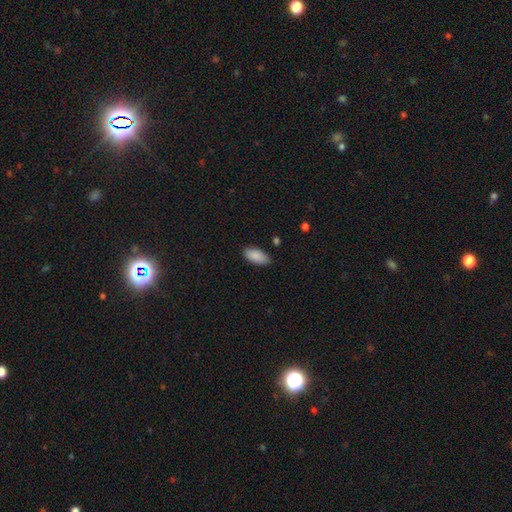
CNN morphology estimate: A smooth galaxy with no disk features (89%) that is in between round and cigar-shaped (91%).

Vote fractions:
- Smooth or featured? smooth: 89% / star or artifact: 7% / featured or disk: 5%
- How rounded? in between: 91% / cigar-shaped: 7% / round: 2%
- Merging? none: 82% / minor disturbance: 14% / major disturbance: 2% / merger: 1%